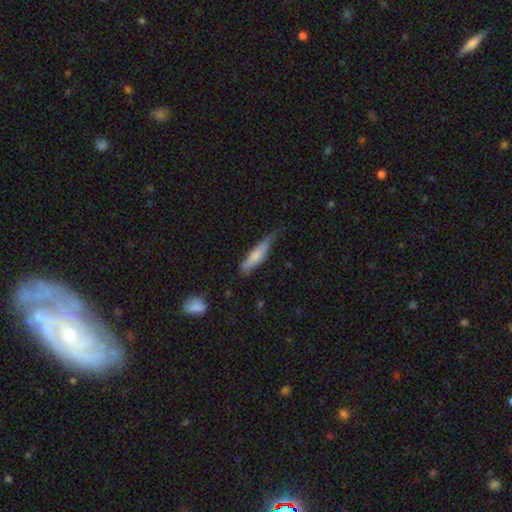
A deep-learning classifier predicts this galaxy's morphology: smooth-or-featured: smooth: 71% | featured or disk: 23% | star or artifact: 6%
  how-rounded: cigar-shaped: 72% | in between: 26% | round: 2%
  merging: minor disturbance: 42% | none: 40% | major disturbance: 15% | merger: 3%